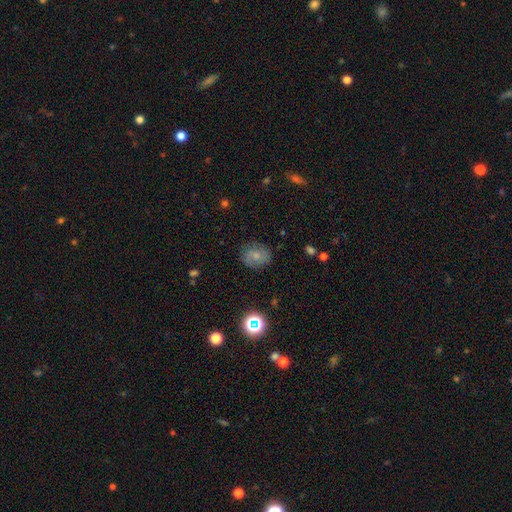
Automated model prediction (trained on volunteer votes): Q: Smooth or featured?
A: smooth (63%); runner-up: featured or disk (25%)
Q: How rounded?
A: round (60%); runner-up: in between (39%)
Q: Merging?
A: none (78%); runner-up: minor disturbance (16%)